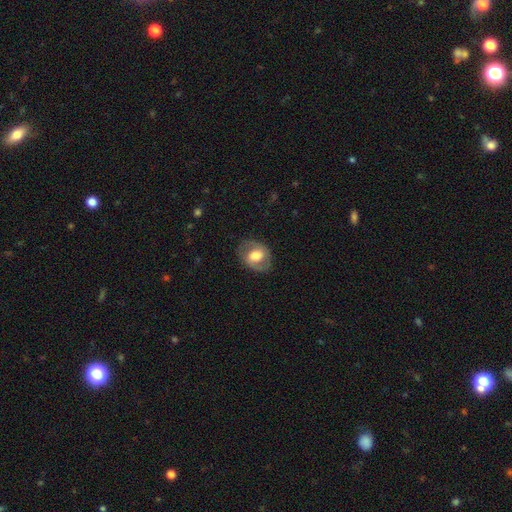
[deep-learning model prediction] This appears to be a featured or disk galaxy (49%). Merging: none (77%).